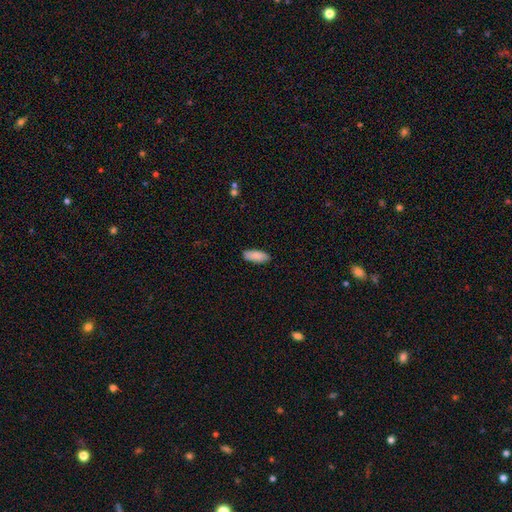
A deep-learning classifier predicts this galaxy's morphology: Smooth or featured? smooth (89%)
How rounded? in between (78%)
Merging? none (88%)